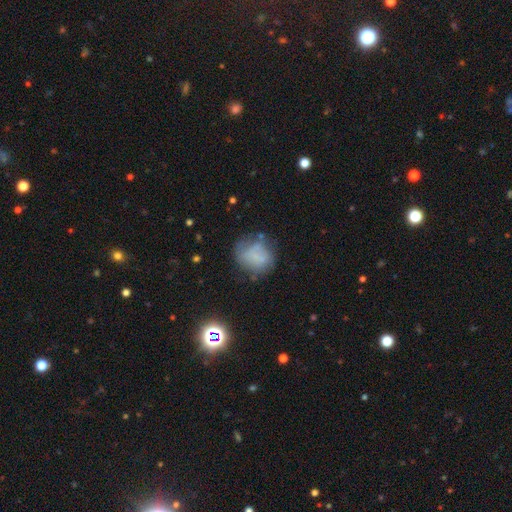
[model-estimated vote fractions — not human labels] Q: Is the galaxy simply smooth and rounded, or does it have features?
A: smooth — 63%.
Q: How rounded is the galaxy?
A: round — 67%.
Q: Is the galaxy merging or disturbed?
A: none — 51%.